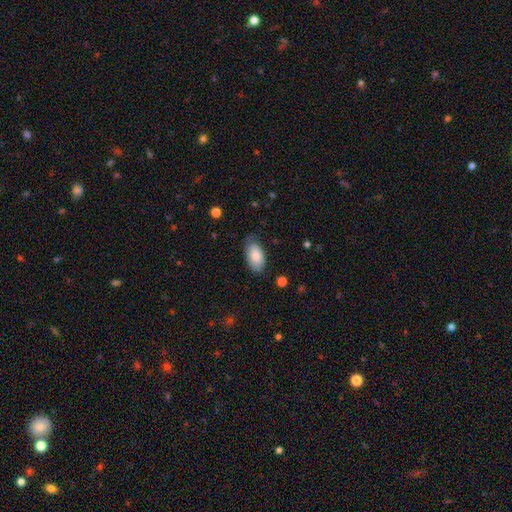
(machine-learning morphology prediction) Overall: smooth (83%). How rounded: in between (94%). Merging: none (71%).